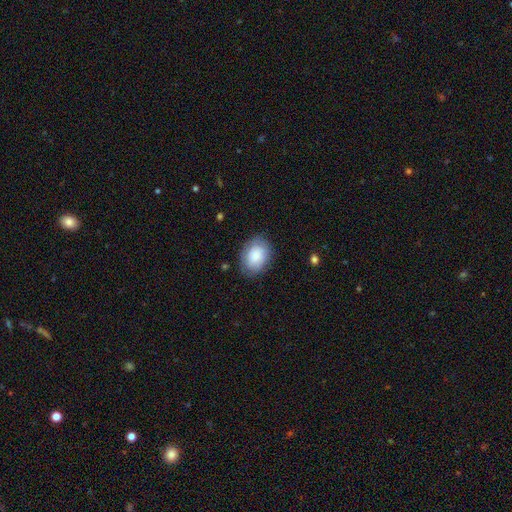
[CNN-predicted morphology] Smooth or featured? Predicted: smooth (p=0.81). How rounded? Predicted: in between (p=0.76). Merging? Predicted: none (p=0.79).